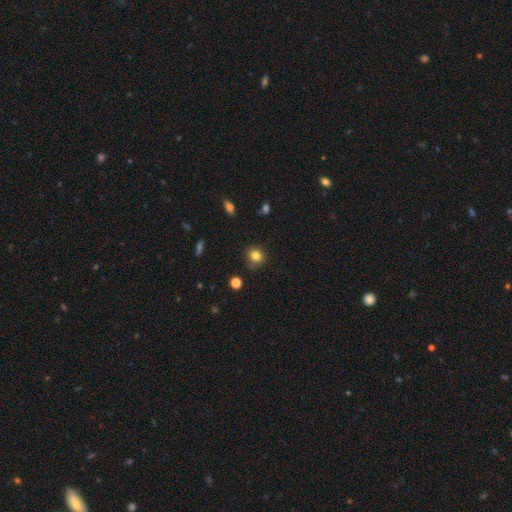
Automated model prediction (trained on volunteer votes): This is clearly a smooth galaxy (81%). How rounded: likely round (78%). Merging: likely none (77%).